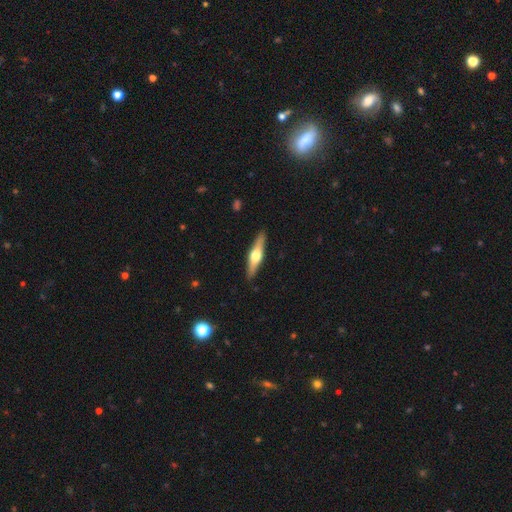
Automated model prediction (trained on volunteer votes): Smooth or featured? featured or disk (62%)
Edge-on disk? yes (95%)
Edge-on bulge? rounded (95%)
Merging? none (90%)